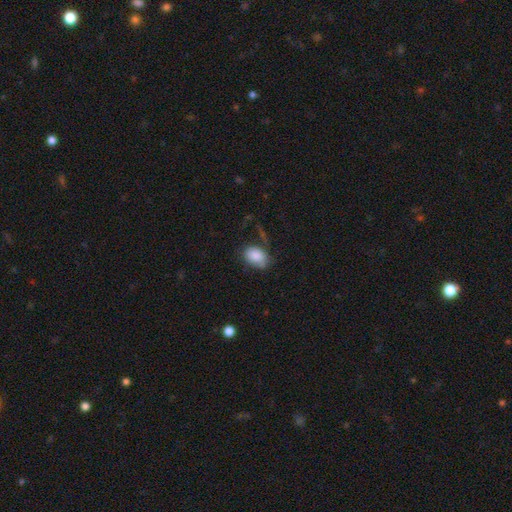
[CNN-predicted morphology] This appears to be a smooth galaxy with no disk features (86%) that is in between round and cigar-shaped (80%). Merging: none (63%).